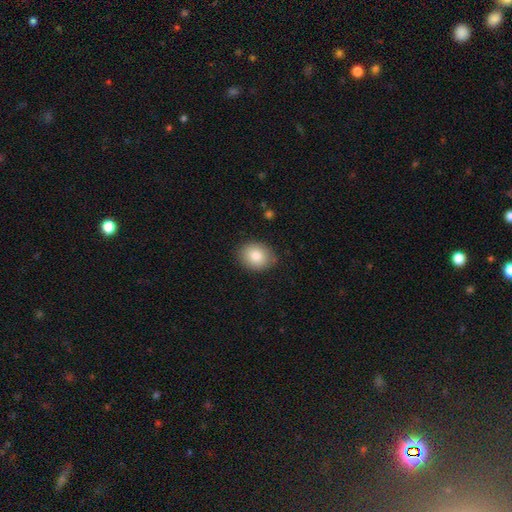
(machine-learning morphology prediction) Smooth or featured?
  - smooth: 85% *
  - star or artifact: 8%
  - featured or disk: 7%
How rounded?
  - in between: 52% *
  - round: 47%
  - cigar-shaped: 1%
Merging?
  - none: 84% *
  - minor disturbance: 12%
  - major disturbance: 3%
  - merger: 1%